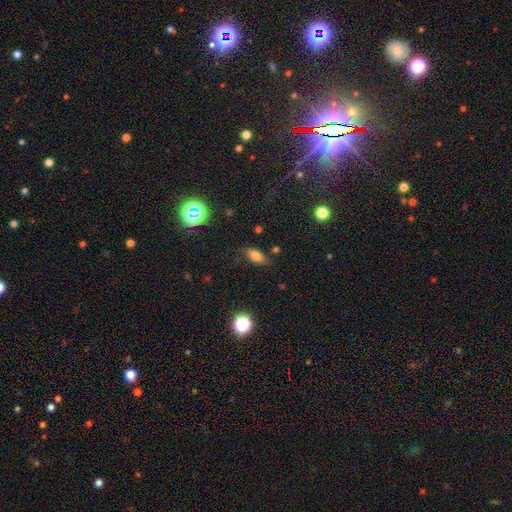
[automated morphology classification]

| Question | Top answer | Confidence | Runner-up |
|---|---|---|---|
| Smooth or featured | smooth | 71% | featured or disk (16%) |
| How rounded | in between | 80% | cigar-shaped (13%) |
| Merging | none | 74% | minor disturbance (19%) |